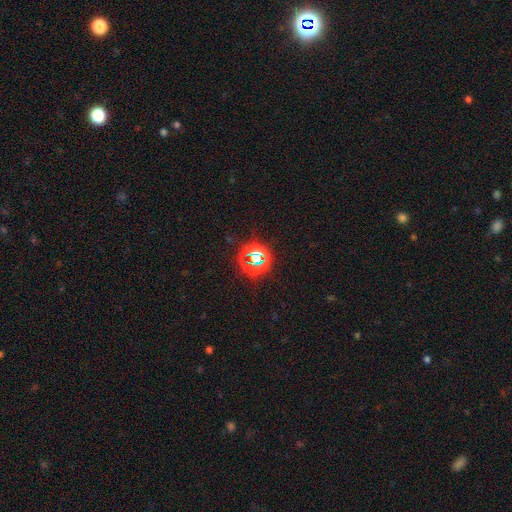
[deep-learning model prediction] smooth-or-featured: star or artifact: 72% | smooth: 19% | featured or disk: 9%